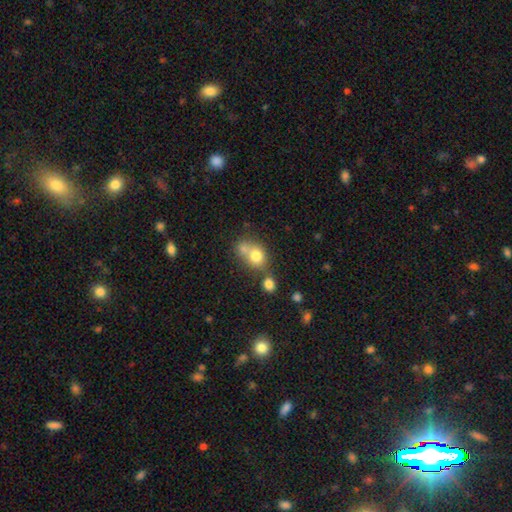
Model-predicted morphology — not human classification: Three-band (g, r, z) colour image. It shows a smooth galaxy with no disk features (74%) that is round (65%). Merging: merger (47%).